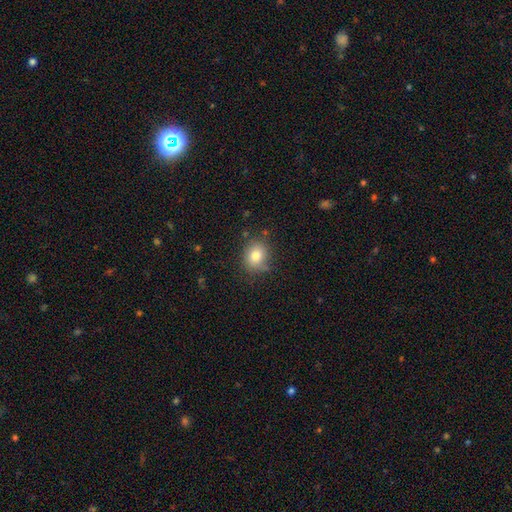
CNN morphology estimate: Smooth or featured? smooth (79%)
How rounded? round (64%)
Merging? none (73%)